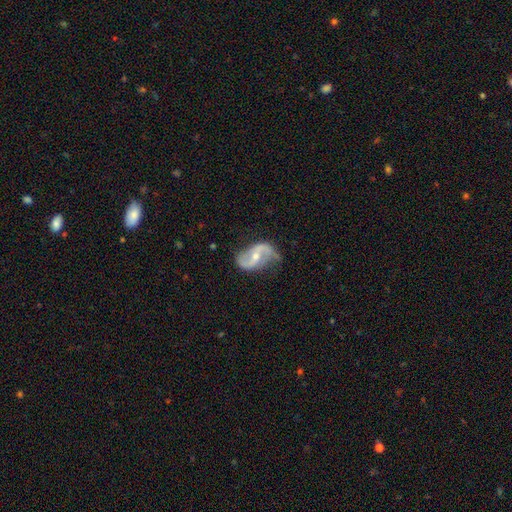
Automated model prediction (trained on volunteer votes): Smooth or featured? Predicted: featured or disk (p=0.87). Edge-on disk? Predicted: no (p=0.97). Bar? Predicted: weak (p=0.43). Spiral arms? Predicted: yes (p=0.95). Spiral winding? Predicted: loose (p=0.68). Spiral arm count? Predicted: 2 (p=0.92). Bulge size? Predicted: moderate (p=0.50). Merging? Predicted: none (p=0.68).